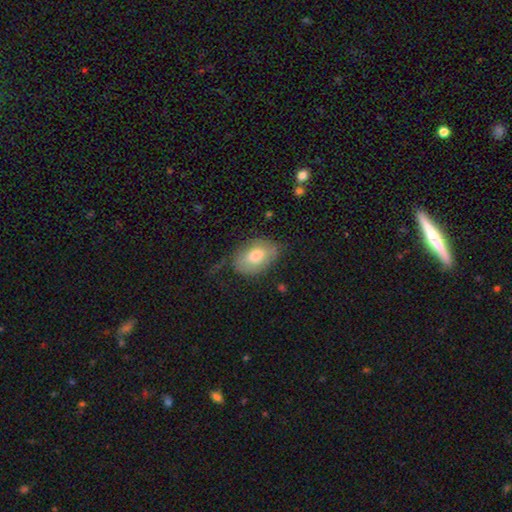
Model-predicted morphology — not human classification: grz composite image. It shows a smooth galaxy with no disk features (71%) that is in between round and cigar-shaped (89%). Merging: none (64%).